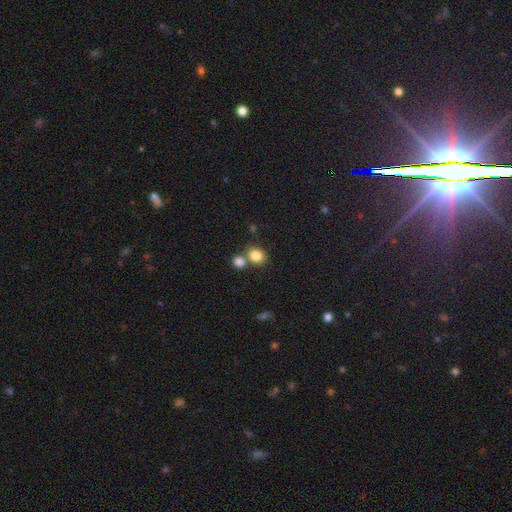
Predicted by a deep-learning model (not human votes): A smooth galaxy with no disk features (83%) that is round (73%).

Vote fractions:
- Smooth or featured? smooth: 83% / star or artifact: 10% / featured or disk: 6%
- How rounded? round: 73% / in between: 26% / cigar-shaped: 1%
- Merging? none: 58% / merger: 30% / minor disturbance: 9% / major disturbance: 3%